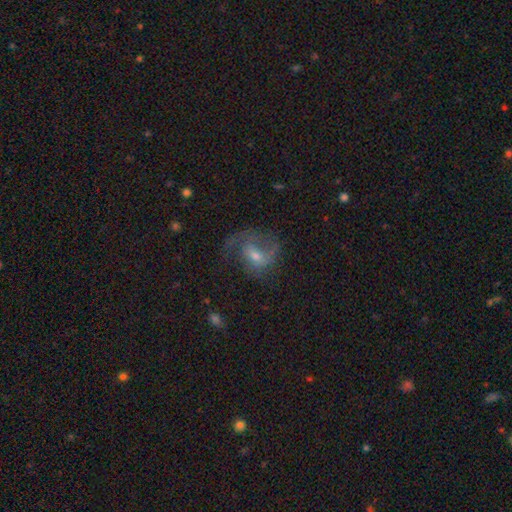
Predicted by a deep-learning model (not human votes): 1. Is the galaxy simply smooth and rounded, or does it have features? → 69% featured or disk, 20% smooth, 11% star or artifact.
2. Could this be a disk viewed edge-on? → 97% no, 3% yes.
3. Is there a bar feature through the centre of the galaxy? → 46% no, 42% weak, 11% strong.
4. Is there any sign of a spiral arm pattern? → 88% yes, 12% no.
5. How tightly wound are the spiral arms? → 46% medium, 37% loose, 17% tight.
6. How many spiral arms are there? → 53% 2, 26% 1, 12% can't tell, 5% 3, 2% 4, 2% more than 4.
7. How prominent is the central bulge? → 49% small, 43% moderate, 3% large, 3% none, 1% dominant.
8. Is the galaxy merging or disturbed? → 51% none, 27% major disturbance, 20% minor disturbance, 2% merger.